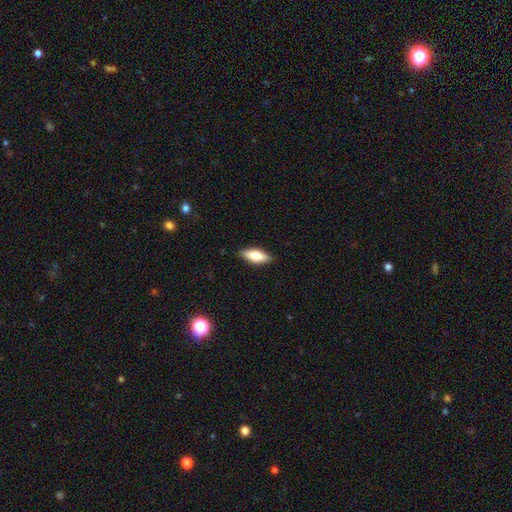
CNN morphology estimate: The model was most divided on "how rounded": in between: 74%, cigar-shaped: 24%, round: 2%. More confident: merging — none (88%); smooth or featured — smooth (76%).